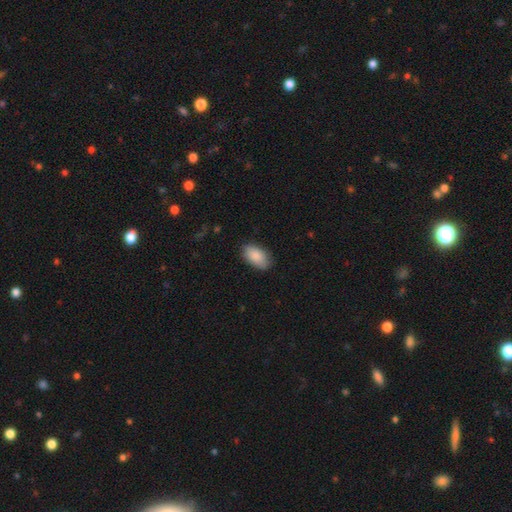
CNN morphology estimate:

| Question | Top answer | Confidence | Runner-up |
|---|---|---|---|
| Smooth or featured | smooth | 89% | star or artifact (6%) |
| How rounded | in between | 94% | round (4%) |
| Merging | none | 83% | minor disturbance (13%) |